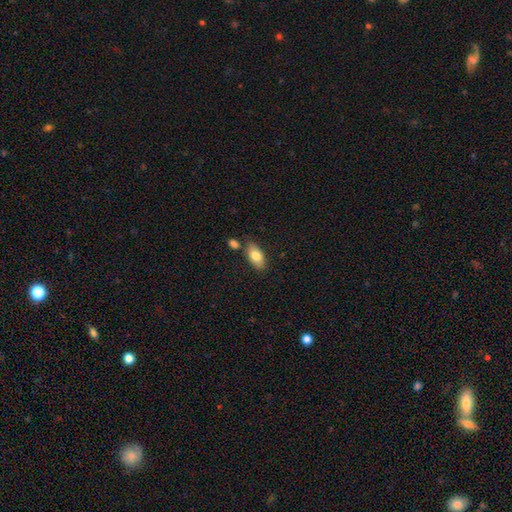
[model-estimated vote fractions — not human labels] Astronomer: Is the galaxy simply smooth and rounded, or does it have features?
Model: smooth — 79%.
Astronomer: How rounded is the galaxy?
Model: in between — 91%.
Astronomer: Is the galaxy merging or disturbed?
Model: none — 76%.